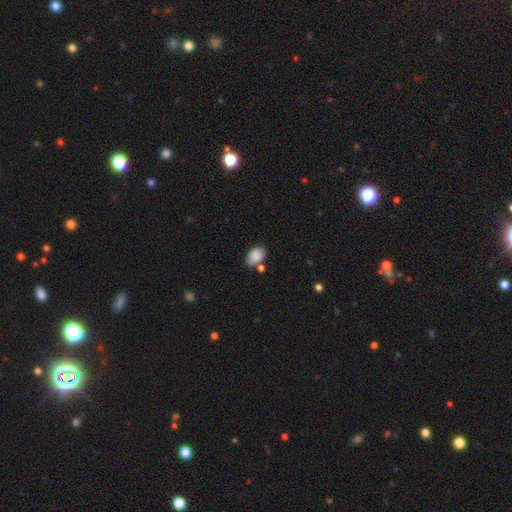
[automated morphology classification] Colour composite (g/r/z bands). It shows a smooth galaxy with no disk features (86%) that is in between round and cigar-shaped (79%). Merging: none (59%).